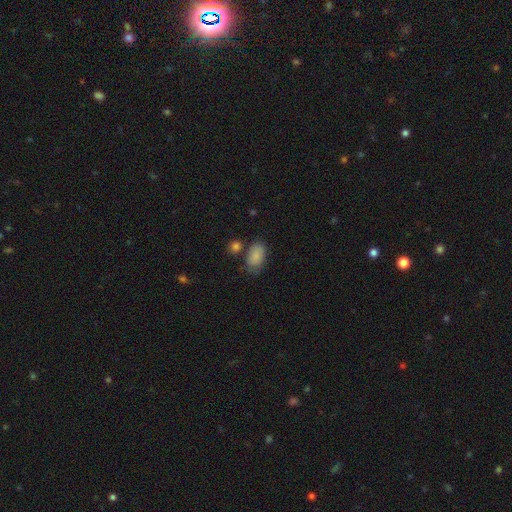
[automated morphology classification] This appears to be a smooth galaxy with no disk features (85%) that is in between round and cigar-shaped (91%). Merging: none (61%).